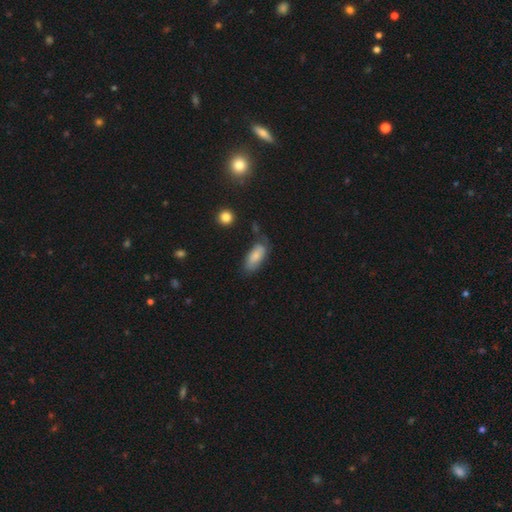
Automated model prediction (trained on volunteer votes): smooth-or-featured: smooth: 76% | featured or disk: 17% | star or artifact: 7%
  how-rounded: in between: 87% | cigar-shaped: 11% | round: 2%
  merging: none: 55% | minor disturbance: 30% | major disturbance: 11% | merger: 5%